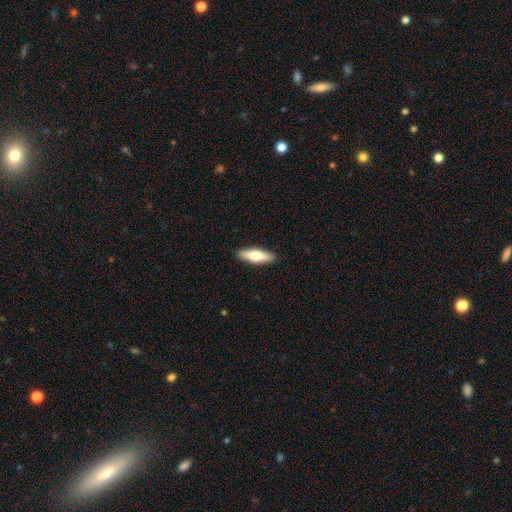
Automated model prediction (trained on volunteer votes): Morphology: type=smooth (63%); roundness=in between (49%); merging=none (91%).